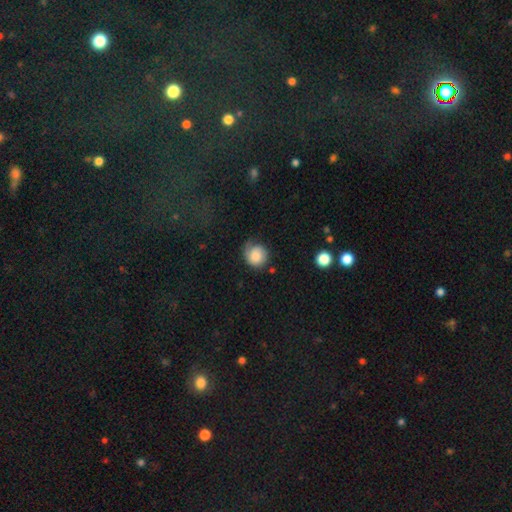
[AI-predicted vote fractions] Smooth or featured? Predicted: smooth (p=0.75). How rounded? Predicted: round (p=0.83). Merging? Predicted: none (p=0.49).